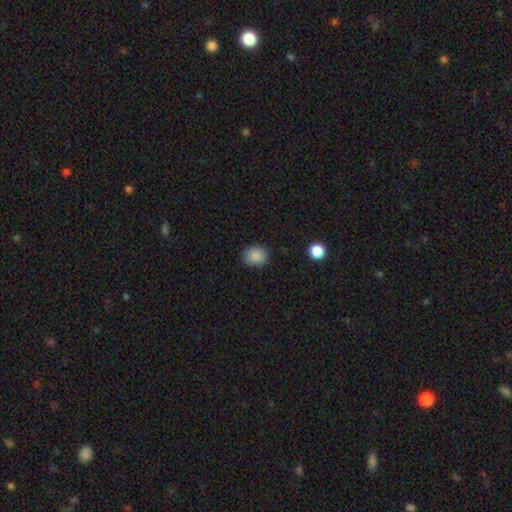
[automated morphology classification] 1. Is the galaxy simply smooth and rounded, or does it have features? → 87% smooth, 10% star or artifact, 3% featured or disk.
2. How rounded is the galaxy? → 78% round, 21% in between, 1% cigar-shaped.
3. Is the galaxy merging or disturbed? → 87% none, 9% minor disturbance, 2% major disturbance, 1% merger.